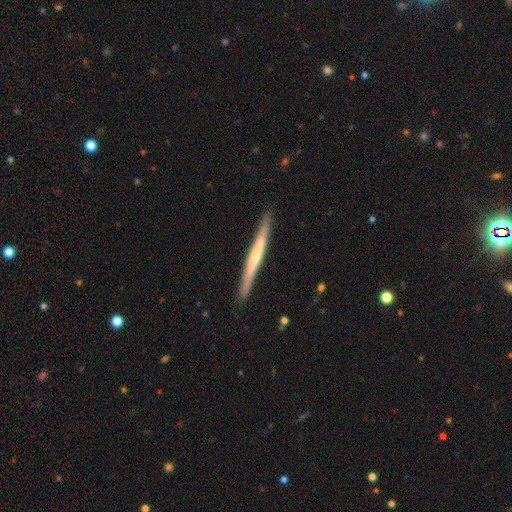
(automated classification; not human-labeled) The model was most divided on "smooth or featured": featured or disk: 60%, smooth: 35%, star or artifact: 5%. More confident: edge-on disk — yes (97%); merging — none (91%); edge-on bulge — none (60%).